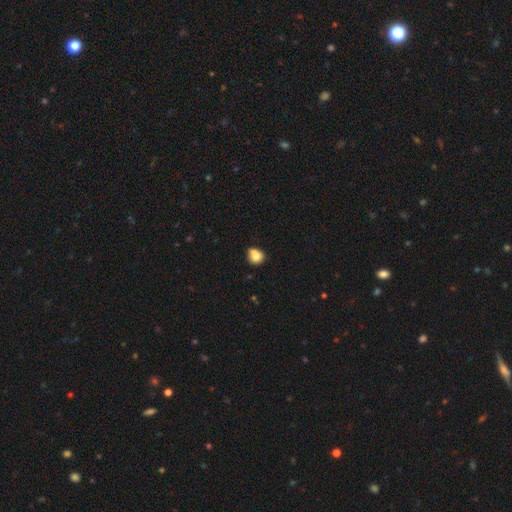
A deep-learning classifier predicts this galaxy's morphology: This is likely a smooth galaxy (77%). How rounded: likely round (71%). Merging: possibly none (46%).